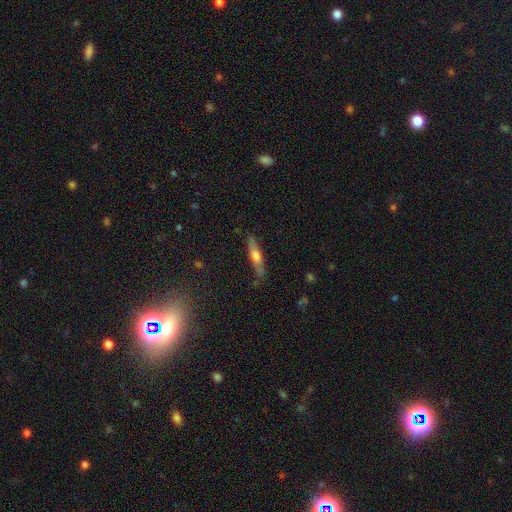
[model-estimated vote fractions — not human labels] Smooth or featured? featured or disk (47%)
Merging? none (80%)